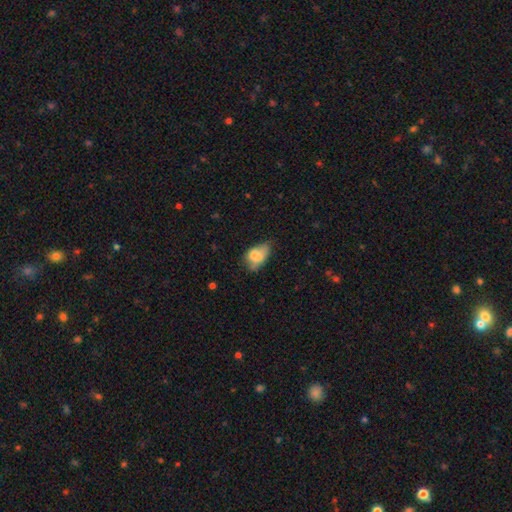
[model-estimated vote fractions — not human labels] Smooth or featured: smooth — 69% (featured or disk — 22%)
How rounded: in between — 86% (round — 12%)
Merging: minor disturbance — 36% (none — 31%)